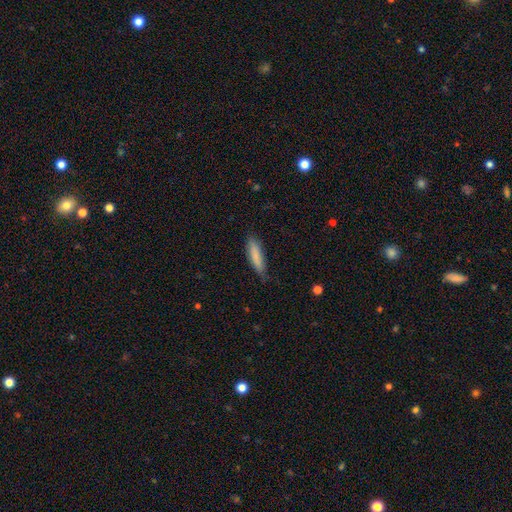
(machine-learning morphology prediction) smooth-or-featured: smooth: 82% | featured or disk: 11% | star or artifact: 6%
  how-rounded: cigar-shaped: 75% | in between: 23% | round: 1%
  merging: none: 75% | minor disturbance: 20% | major disturbance: 3% | merger: 1%